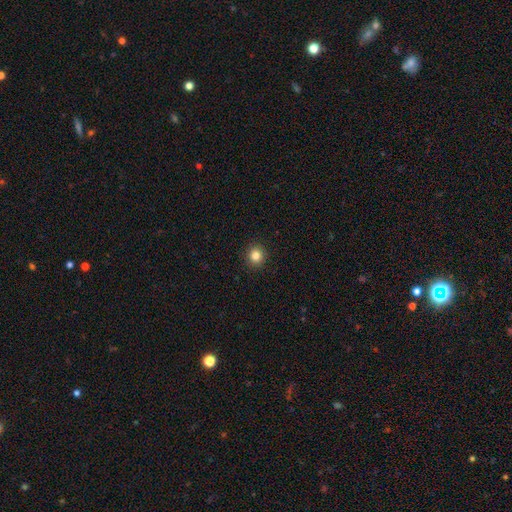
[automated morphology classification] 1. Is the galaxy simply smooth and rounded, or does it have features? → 83% smooth, 12% star or artifact, 5% featured or disk.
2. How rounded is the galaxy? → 91% round, 8% in between, 1% cigar-shaped.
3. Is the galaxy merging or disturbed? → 93% none, 5% minor disturbance, 2% major disturbance, 1% merger.